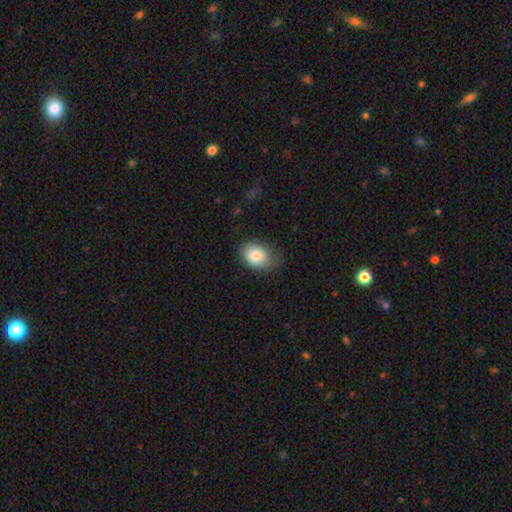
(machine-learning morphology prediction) A smooth galaxy with no disk features (82%) that is in between round and cigar-shaped (73%). Merging: none (69%).